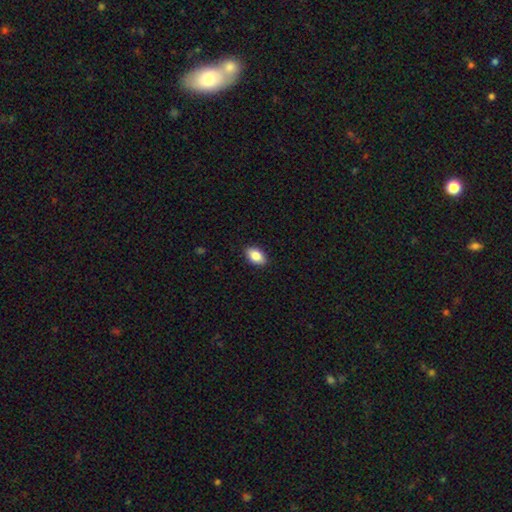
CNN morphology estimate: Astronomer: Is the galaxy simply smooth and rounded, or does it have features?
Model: smooth — 85%.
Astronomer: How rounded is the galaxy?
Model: in between — 91%.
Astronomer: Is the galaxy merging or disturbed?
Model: none — 90%.